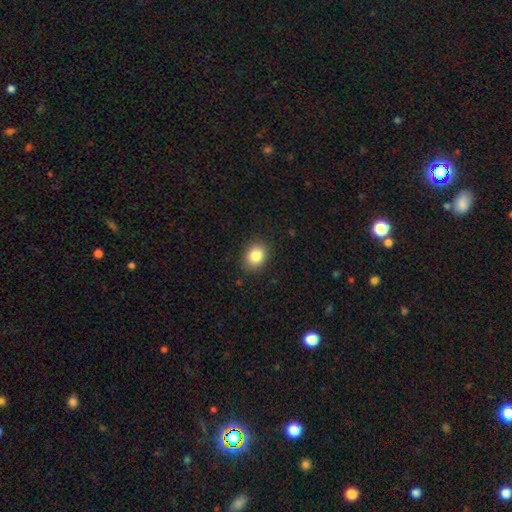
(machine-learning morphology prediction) smooth_or_featured: smooth (p=0.85) [alt: star or artifact p=0.09]
how_rounded: in between (p=0.50) [alt: round p=0.49]
merging: none (p=0.87) [alt: minor disturbance p=0.09]